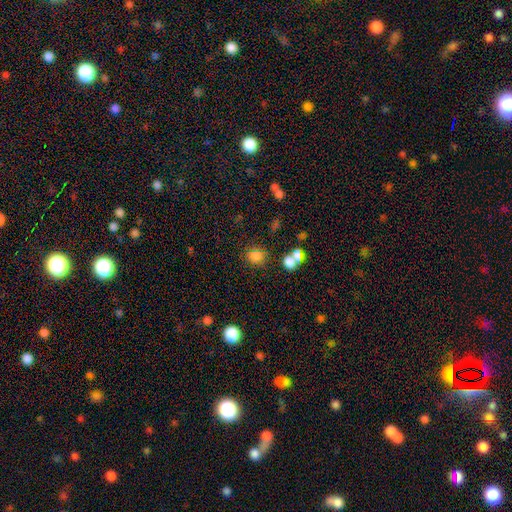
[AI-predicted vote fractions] smooth 77%, star or artifact 17%, featured or disk 6%. Down the decision tree: how rounded — round (81%); merging — none (77%).